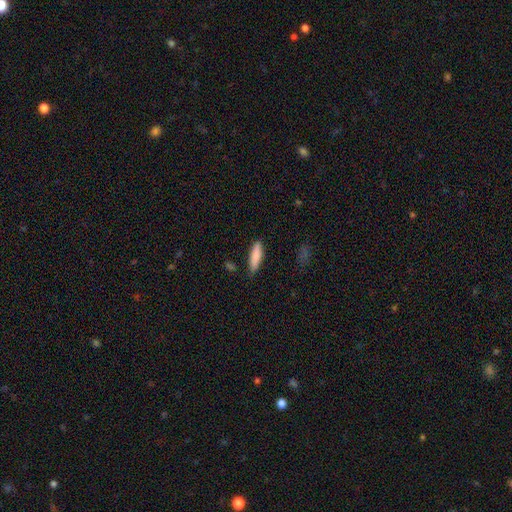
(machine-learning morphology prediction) Overall: smooth (83%). How rounded: cigar-shaped (64%; in between 35%). Merging: none (83%).